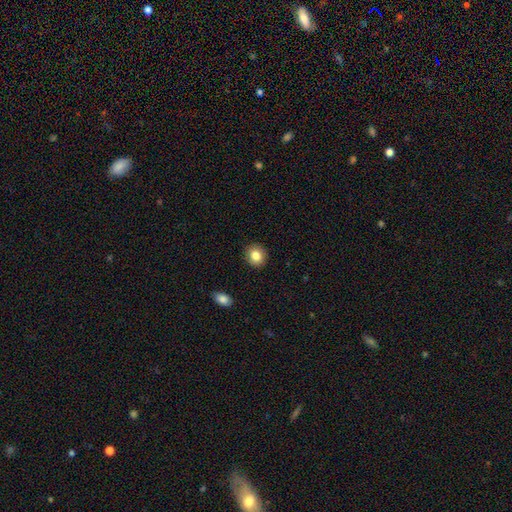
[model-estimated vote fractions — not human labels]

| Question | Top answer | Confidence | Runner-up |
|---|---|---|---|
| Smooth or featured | smooth | 84% | star or artifact (9%) |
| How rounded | round | 81% | in between (18%) |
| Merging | none | 91% | minor disturbance (6%) |